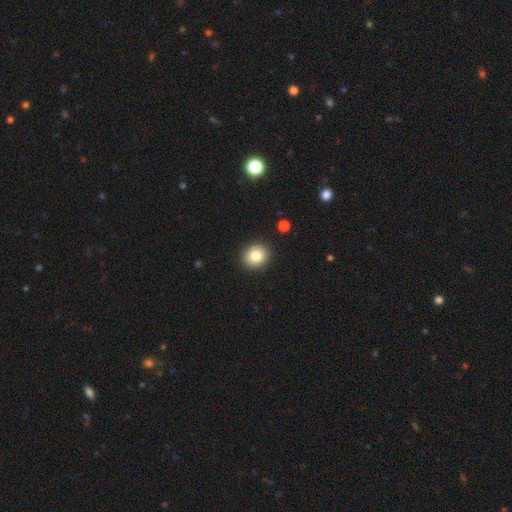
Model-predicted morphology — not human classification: Overall: smooth (82%). How rounded: round (78%). Merging: none (91%).